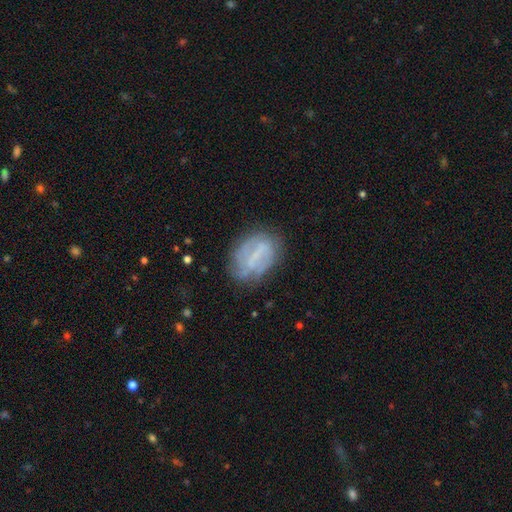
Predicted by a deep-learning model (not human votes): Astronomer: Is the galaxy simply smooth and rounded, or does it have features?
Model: featured or disk — 61%.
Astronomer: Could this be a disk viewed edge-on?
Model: no — 96%.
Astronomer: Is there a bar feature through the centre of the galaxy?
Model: weak — 39% (runner-up: strong, 35%).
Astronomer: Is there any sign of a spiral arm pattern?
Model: yes — 56% (runner-up: no, 44%).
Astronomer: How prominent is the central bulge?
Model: none — 54% (runner-up: small, 31%).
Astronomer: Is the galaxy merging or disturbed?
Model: none — 62%.